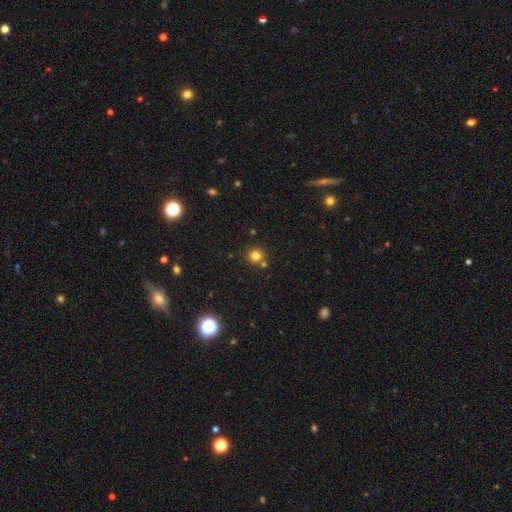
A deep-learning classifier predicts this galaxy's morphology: Smooth or featured? Predicted: smooth (p=0.79). How rounded? Predicted: round (p=0.93). Merging? Predicted: none (p=0.77).